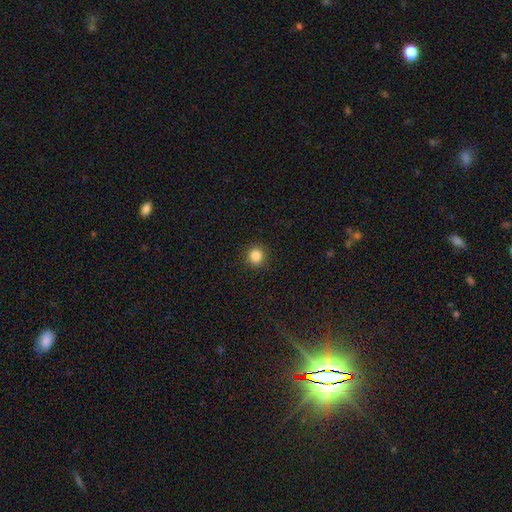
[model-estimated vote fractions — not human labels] The model was most divided on "smooth or featured": smooth: 85%, star or artifact: 11%, featured or disk: 4%. More confident: merging — none (92%); how rounded — round (92%).